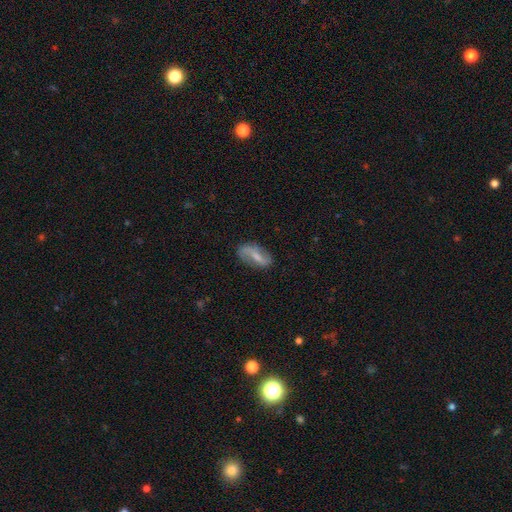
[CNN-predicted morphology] Q: Smooth or featured?
A: featured or disk (49%); runner-up: smooth (43%)
Q: Merging?
A: none (71%); runner-up: minor disturbance (20%)